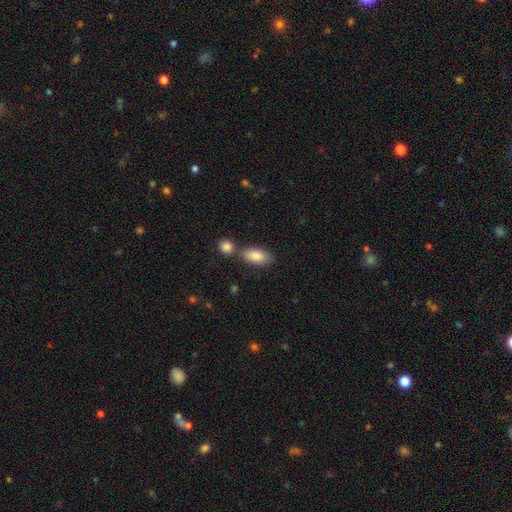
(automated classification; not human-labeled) The model was most divided on "merging": none: 64%, merger: 22%, minor disturbance: 11%, major disturbance: 3%. More confident: how rounded — in between (88%); smooth or featured — smooth (84%).